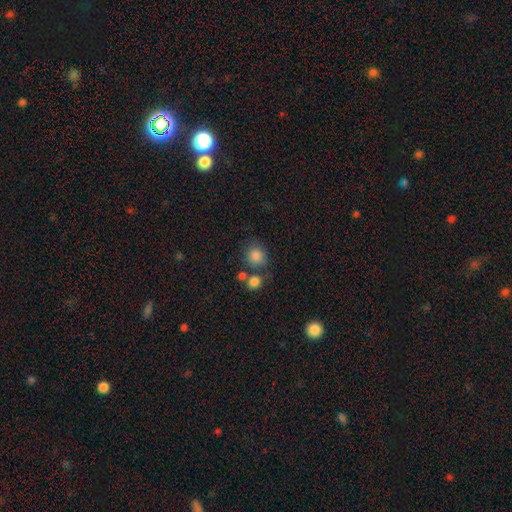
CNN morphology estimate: Overall: smooth (84%). How rounded: round (81%). Merging: none (61%).